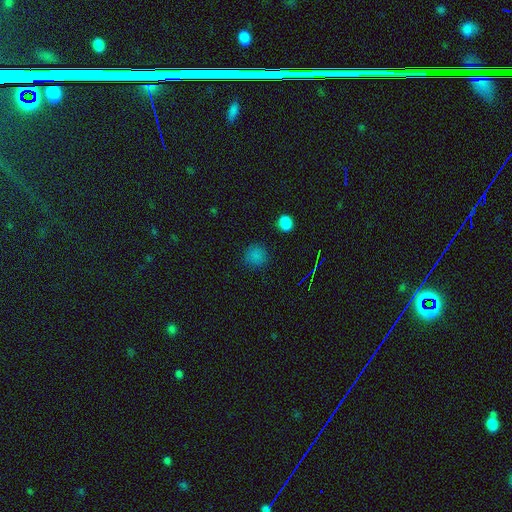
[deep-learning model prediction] A smooth galaxy with no disk features (76%) that is round (91%).

Vote fractions:
- Smooth or featured? smooth: 76% / star or artifact: 20% / featured or disk: 4%
- How rounded? round: 91% / in between: 8% / cigar-shaped: 1%
- Merging? none: 87% / minor disturbance: 9% / major disturbance: 3% / merger: 2%